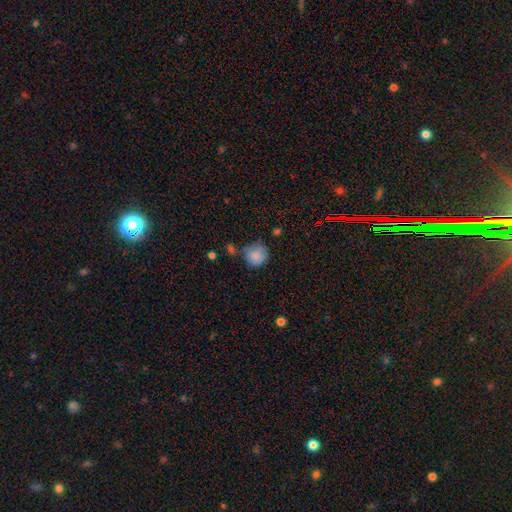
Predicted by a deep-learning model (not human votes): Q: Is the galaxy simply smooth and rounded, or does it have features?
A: smooth — 85%.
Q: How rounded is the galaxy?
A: round — 90%.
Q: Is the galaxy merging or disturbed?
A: none — 64%.